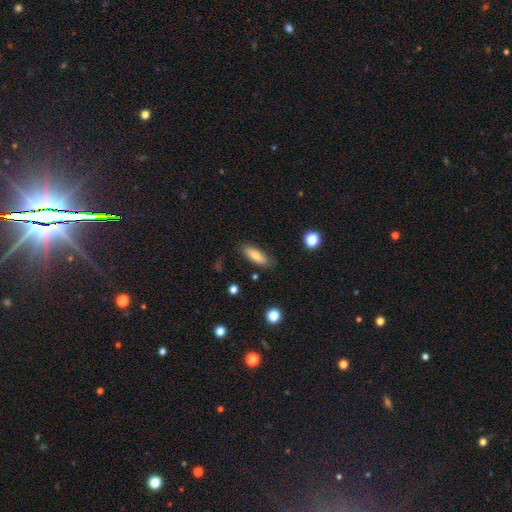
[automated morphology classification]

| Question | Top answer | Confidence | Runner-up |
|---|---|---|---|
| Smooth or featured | smooth | 79% | featured or disk (14%) |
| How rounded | in between | 57% | cigar-shaped (41%) |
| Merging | none | 83% | minor disturbance (12%) |